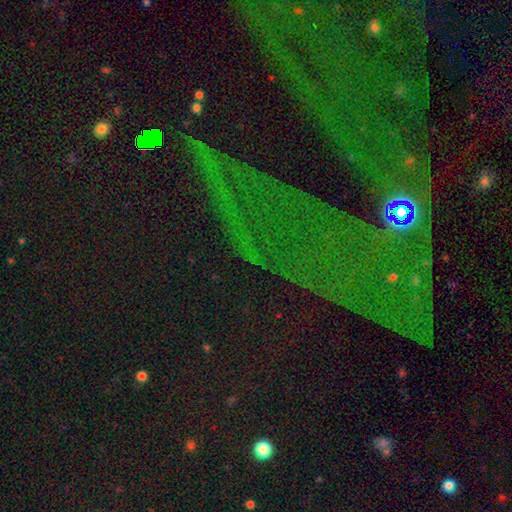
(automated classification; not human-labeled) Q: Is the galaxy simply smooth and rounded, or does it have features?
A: star or artifact — 82%.